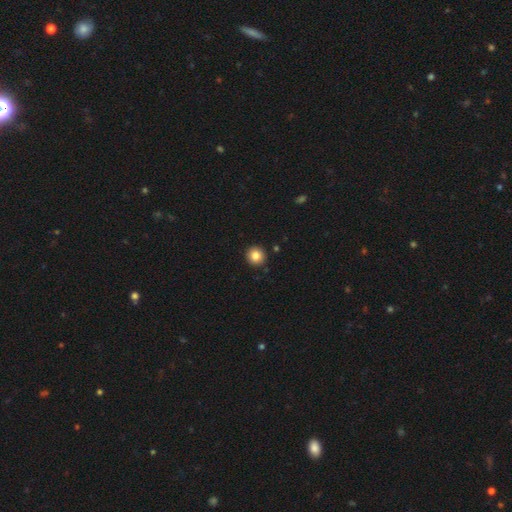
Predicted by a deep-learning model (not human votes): smooth_or_featured: smooth (p=0.84) [alt: star or artifact p=0.10]
how_rounded: round (p=0.92) [alt: in between p=0.07]
merging: none (p=0.91) [alt: minor disturbance p=0.06]